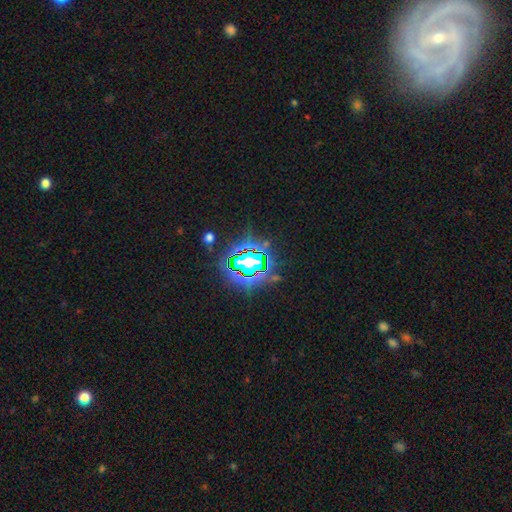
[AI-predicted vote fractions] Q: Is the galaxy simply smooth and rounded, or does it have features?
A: star or artifact — 81%.